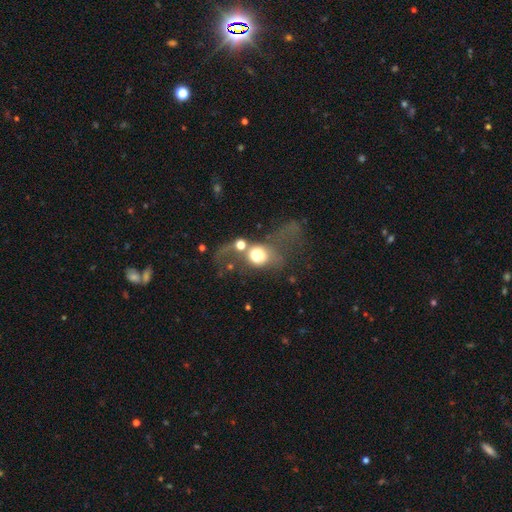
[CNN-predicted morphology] smooth-or-featured: smooth: 54% | featured or disk: 32% | star or artifact: 14%
  how-rounded: round: 60% | in between: 38% | cigar-shaped: 2%
  merging: major disturbance: 42% | merger: 28% | none: 19% | minor disturbance: 10%